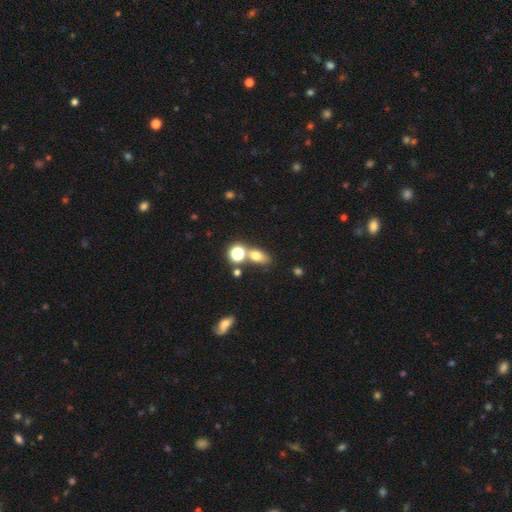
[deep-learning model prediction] Morphology: type=smooth (68%); roundness=in between (67%); merging=none (56%).